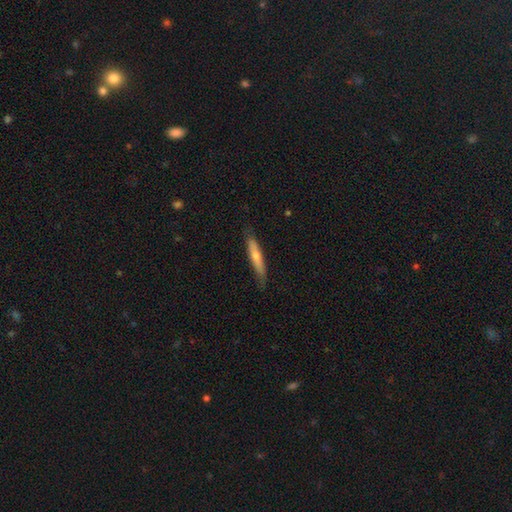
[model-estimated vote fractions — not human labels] Morphology: type=smooth (53%); roundness=cigar-shaped (91%); merging=none (80%).